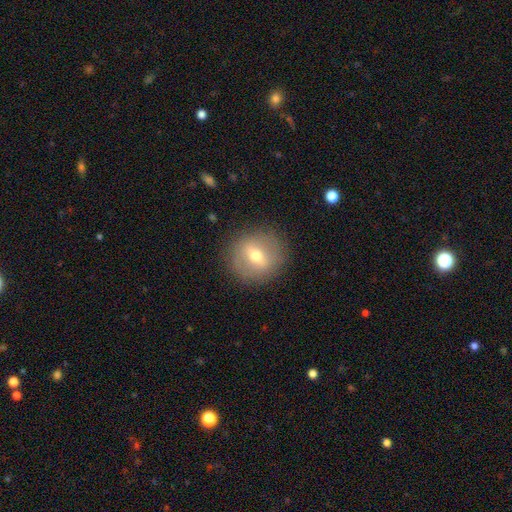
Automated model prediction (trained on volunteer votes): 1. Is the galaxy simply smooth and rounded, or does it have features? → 50% smooth, 40% featured or disk, 10% star or artifact.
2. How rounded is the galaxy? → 88% round, 11% in between, 1% cigar-shaped.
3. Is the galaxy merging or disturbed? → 87% none, 8% minor disturbance, 4% major disturbance, 1% merger.